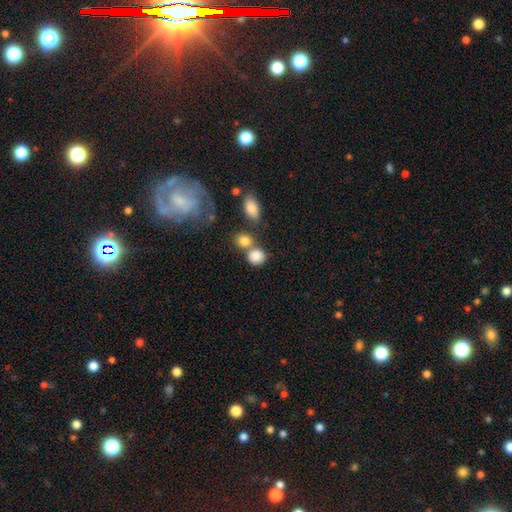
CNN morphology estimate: Smooth or featured? Predicted: smooth (p=0.85). How rounded? Predicted: round (p=0.71). Merging? Predicted: none (p=0.48).